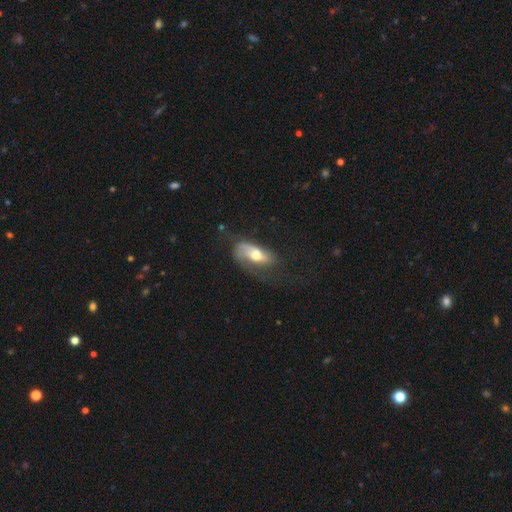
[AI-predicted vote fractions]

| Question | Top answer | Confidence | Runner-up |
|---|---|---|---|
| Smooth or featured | featured or disk | 47% | smooth (45%) |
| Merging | none | 39% | minor disturbance (30%) |